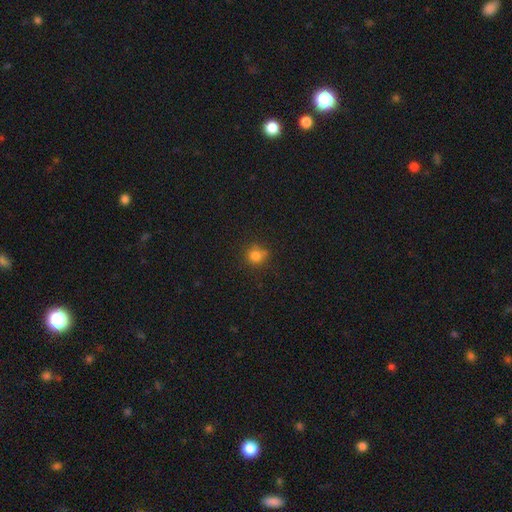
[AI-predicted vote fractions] Smooth or featured?
  - smooth: 78% *
  - star or artifact: 15%
  - featured or disk: 7%
How rounded?
  - round: 86% *
  - in between: 13%
  - cigar-shaped: 1%
Merging?
  - none: 70% *
  - minor disturbance: 17%
  - merger: 8%
  - major disturbance: 5%